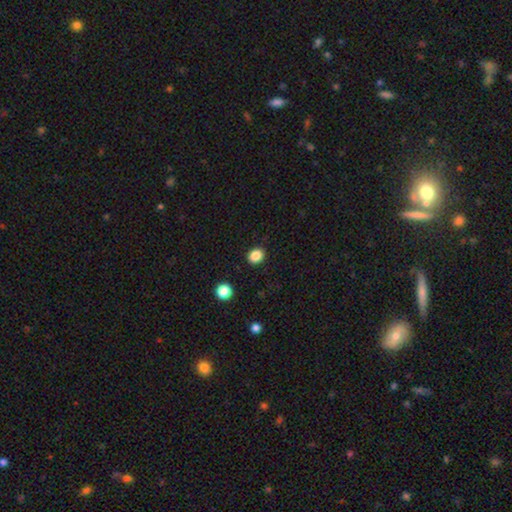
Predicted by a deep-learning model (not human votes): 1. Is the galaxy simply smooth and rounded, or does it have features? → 86% smooth, 10% star or artifact, 3% featured or disk.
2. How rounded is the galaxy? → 60% round, 39% in between, 1% cigar-shaped.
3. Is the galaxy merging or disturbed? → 90% none, 7% minor disturbance, 2% major disturbance, 1% merger.